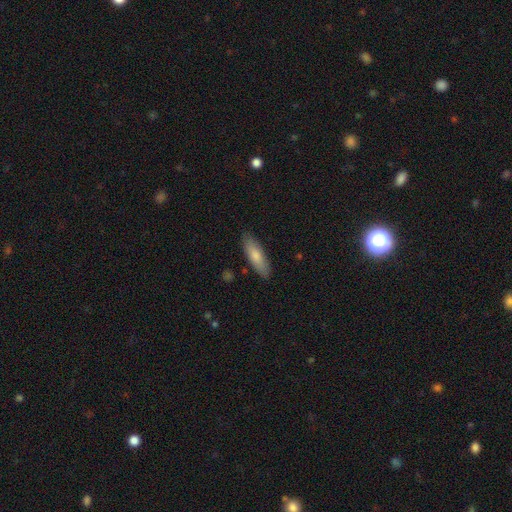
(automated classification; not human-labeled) smooth_or_featured: smooth (p=0.79) [alt: featured or disk p=0.16]
how_rounded: in between (p=0.49) [tied with: cigar-shaped p=0.49]
merging: none (p=0.85) [alt: minor disturbance p=0.11]